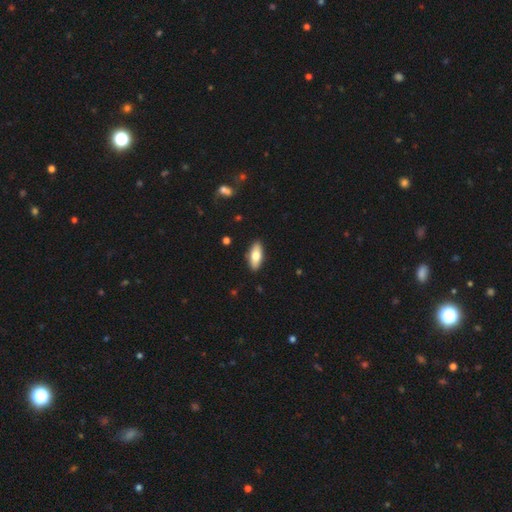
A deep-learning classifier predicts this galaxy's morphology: A smooth galaxy with no disk features (71%) that is in between round and cigar-shaped (78%).

Vote fractions:
- Smooth or featured? smooth: 71% / featured or disk: 23% / star or artifact: 6%
- How rounded? in between: 78% / cigar-shaped: 19% / round: 2%
- Merging? none: 89% / minor disturbance: 8% / major disturbance: 2% / merger: 1%